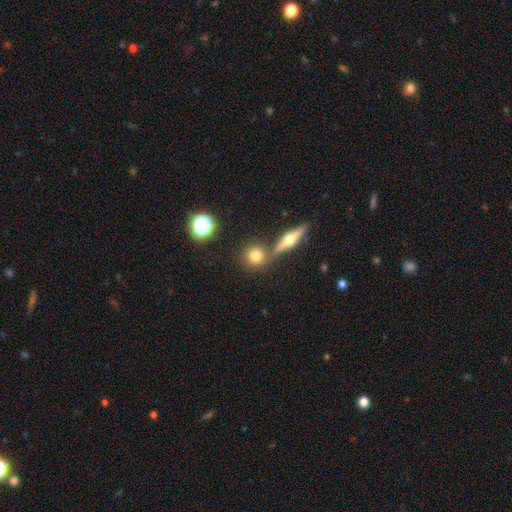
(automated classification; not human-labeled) This is likely a smooth galaxy (73%). How rounded: clearly round (89%). Merging: likely none (71%).